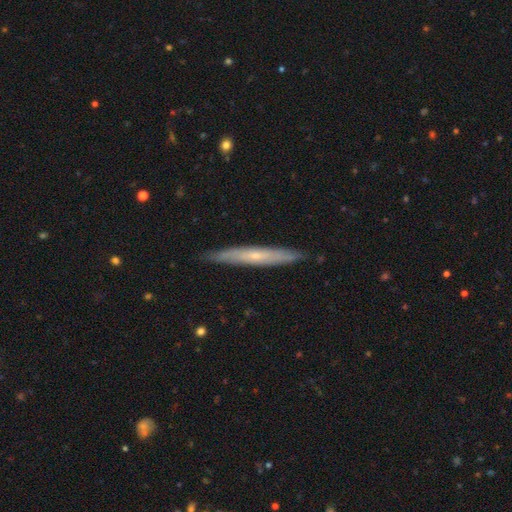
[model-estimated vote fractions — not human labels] Smooth or featured? Predicted: featured or disk (p=0.57). Edge-on disk? Predicted: yes (p=0.87). Merging? Predicted: none (p=0.87).